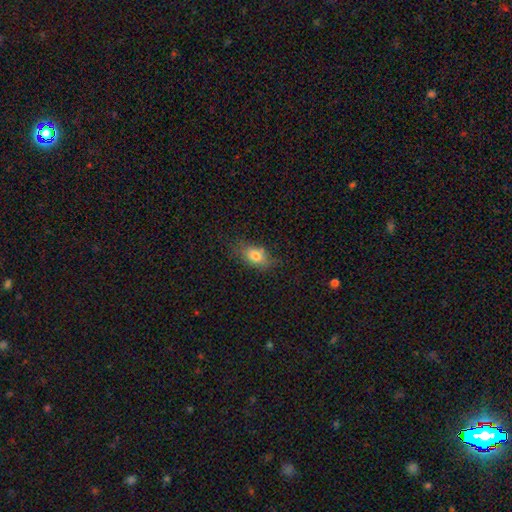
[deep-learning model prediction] Smooth or featured? smooth (77%)
How rounded? in between (80%)
Merging? none (71%)